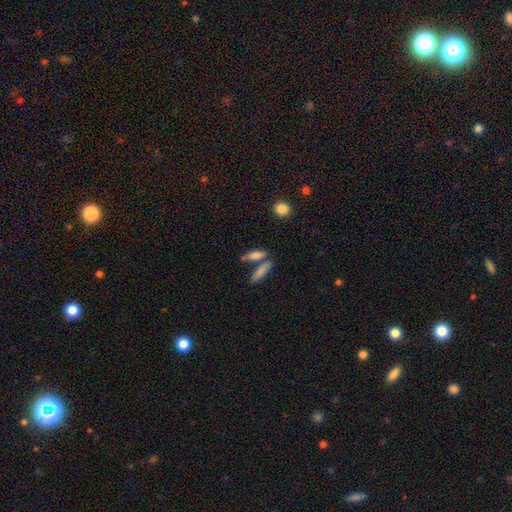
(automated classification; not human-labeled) smooth 80%, featured or disk 13%, star or artifact 8%. Down the decision tree: how rounded — cigar-shaped (52%); merging — none (58%).